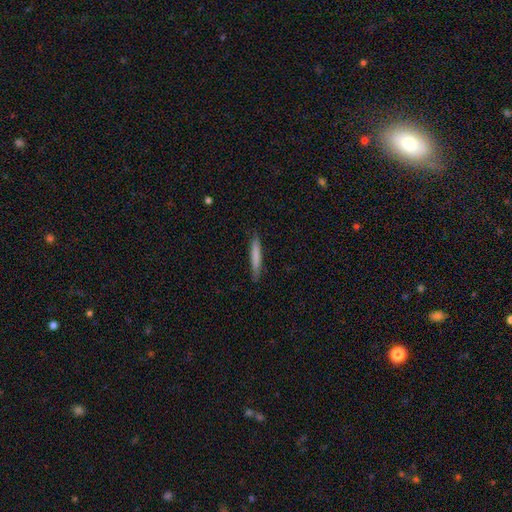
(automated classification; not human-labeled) A smooth galaxy with no disk features (77%) that is cigar-shaped (95%). Merging: none (87%).